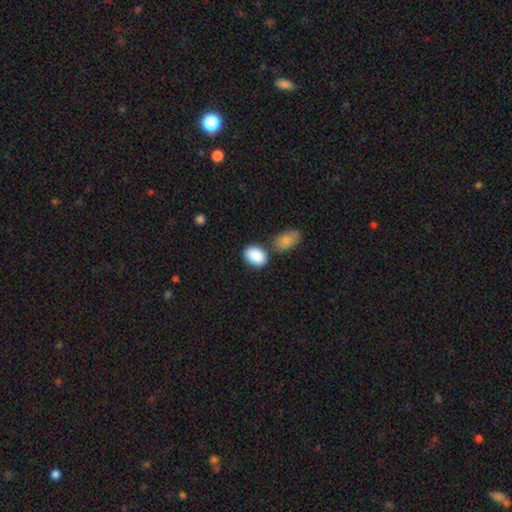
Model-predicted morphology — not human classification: Overall: smooth (89%). How rounded: in between (87%). Merging: none (66%).